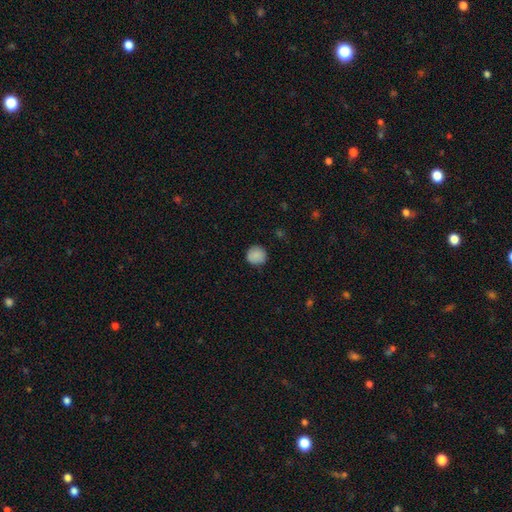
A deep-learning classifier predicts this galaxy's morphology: The model was most divided on "merging": none: 88%, minor disturbance: 9%, major disturbance: 2%, merger: 1%. More confident: how rounded — round (94%); smooth or featured — smooth (88%).